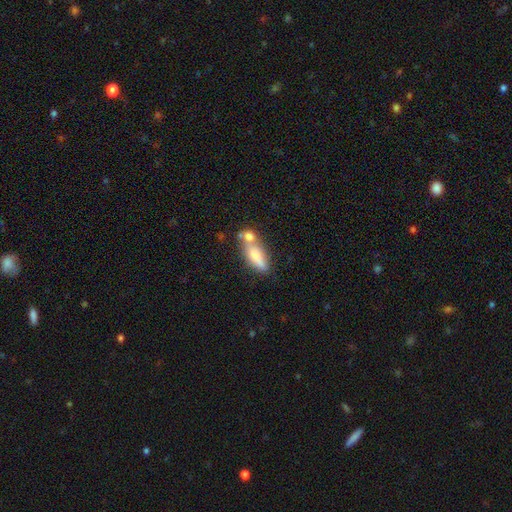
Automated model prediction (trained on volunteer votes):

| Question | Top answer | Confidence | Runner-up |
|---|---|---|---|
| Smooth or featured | smooth | 73% | featured or disk (19%) |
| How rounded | in between | 63% | cigar-shaped (33%) |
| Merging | merger | 45% | none (31%) |